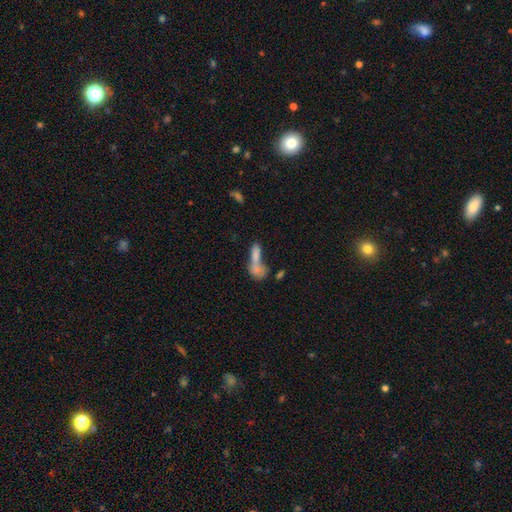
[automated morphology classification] This is likely a smooth galaxy (63%). How rounded: possibly cigar-shaped (47%). Merging: likely merger (61%).